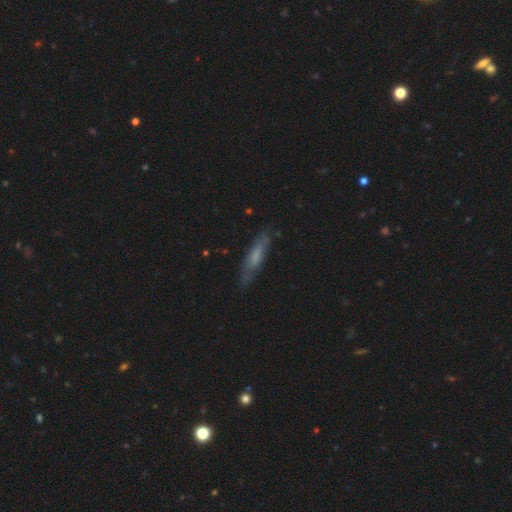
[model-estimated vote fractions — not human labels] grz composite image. It shows a smooth galaxy with no disk features (47%). Merging: none (75%).